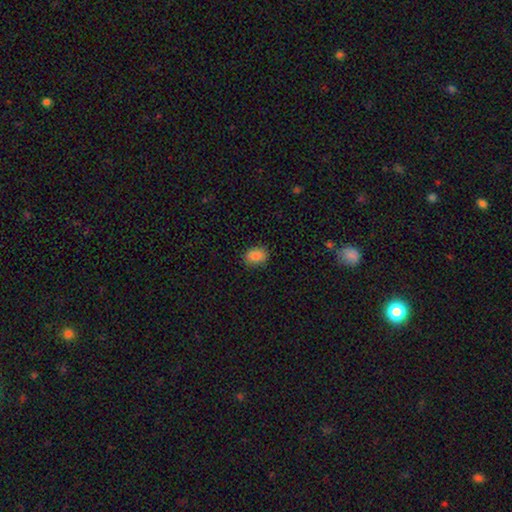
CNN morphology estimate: smooth-or-featured: smooth: 87% | star or artifact: 9% | featured or disk: 4%
  how-rounded: in between: 64% | round: 35% | cigar-shaped: 1%
  merging: none: 86% | minor disturbance: 10% | major disturbance: 2% | merger: 1%